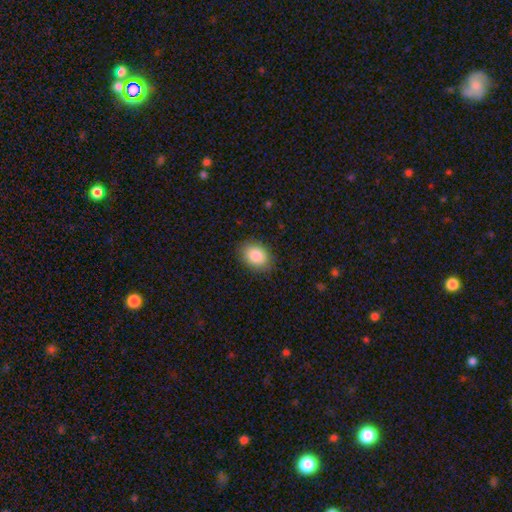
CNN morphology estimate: Smooth or featured: smooth — 87% (star or artifact — 7%)
How rounded: in between — 75% (round — 24%)
Merging: none — 86% (minor disturbance — 10%)